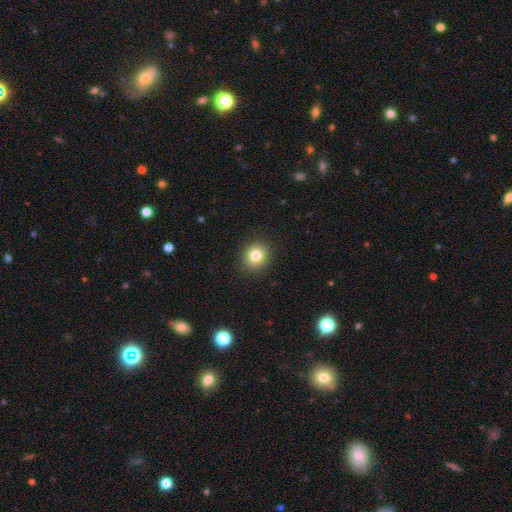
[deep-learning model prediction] The model was most divided on "how rounded": round: 73%, in between: 26%, cigar-shaped: 1%. More confident: merging — none (89%); smooth or featured — smooth (82%).